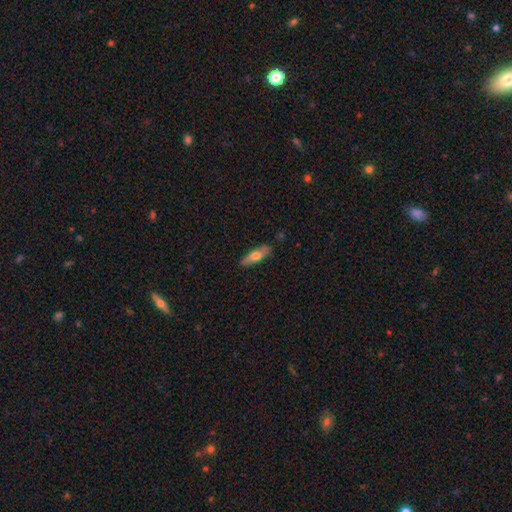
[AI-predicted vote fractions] Morphology: type=smooth (59%); roundness=in between (55%); merging=none (83%).